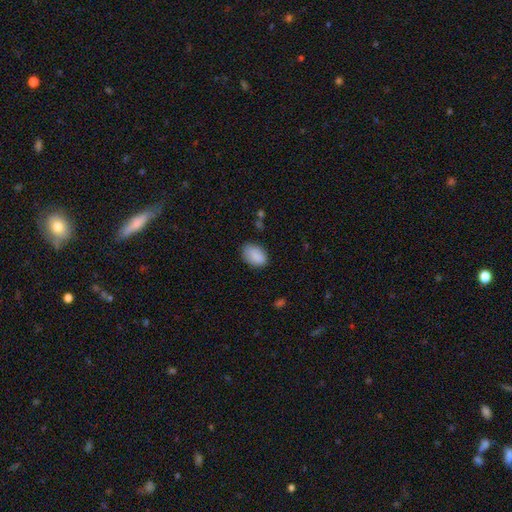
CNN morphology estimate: Smooth or featured? smooth (87%)
How rounded? in between (85%)
Merging? none (75%)